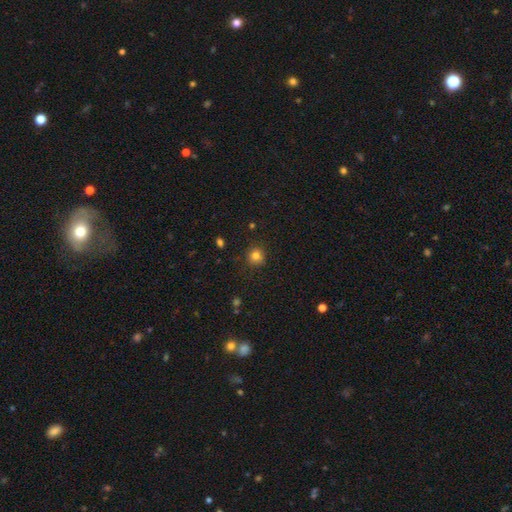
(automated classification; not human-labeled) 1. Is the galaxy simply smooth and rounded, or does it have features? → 80% smooth, 14% star or artifact, 6% featured or disk.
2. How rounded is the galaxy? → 88% round, 11% in between, 1% cigar-shaped.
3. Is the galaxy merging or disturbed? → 82% none, 13% minor disturbance, 3% major disturbance, 3% merger.